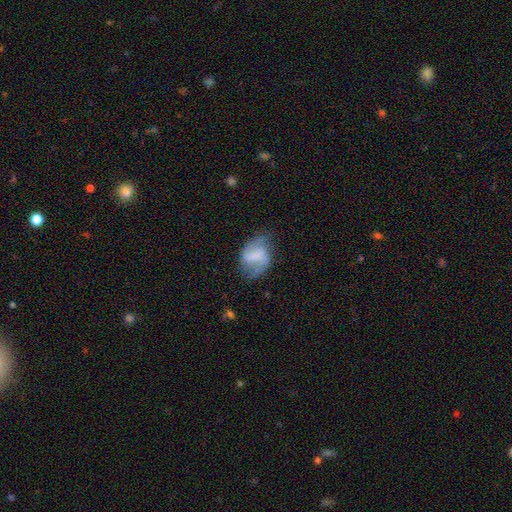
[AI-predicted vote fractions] A featured or disk galaxy (69%) with a weak bar (45%), 2 (88%) medium (44%) spiral arms (90%) and no central bulge (52%).

Vote fractions:
- Smooth or featured? featured or disk: 69% / smooth: 23% / star or artifact: 8%
- Edge-on disk? no: 97% / yes: 3%
- Bar? weak: 45% / strong: 28% / no: 27%
- Spiral arms? yes: 90% / no: 10%
- Spiral winding? medium: 44% / loose: 42% / tight: 14%
- Spiral arm count? 2: 88% / can't tell: 5% / 1: 3% / 3: 2% / 4: 1% / more than 4: 1%
- Bulge size? none: 52% / small: 19% / moderate: 16% / large: 10% / dominant: 3%
- Merging? none: 63% / minor disturbance: 23% / major disturbance: 12% / merger: 2%